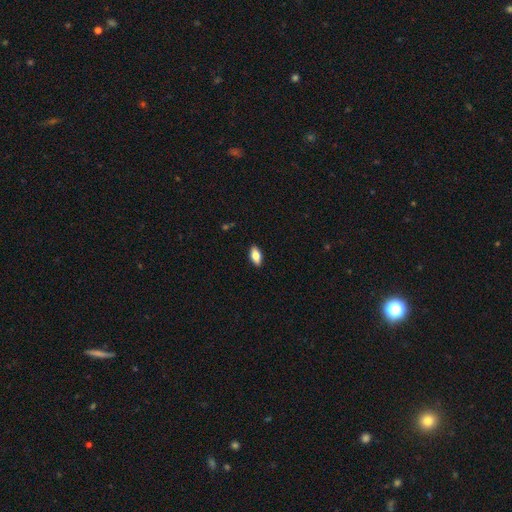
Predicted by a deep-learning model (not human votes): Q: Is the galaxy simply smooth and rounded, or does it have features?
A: smooth — 78%.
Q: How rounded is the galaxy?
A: in between — 88%.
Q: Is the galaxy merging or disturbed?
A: none — 90%.